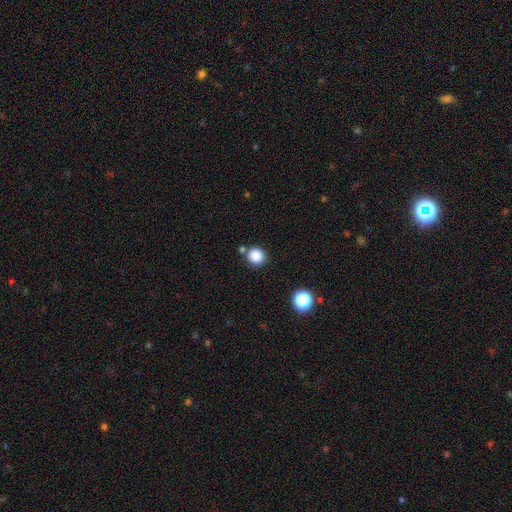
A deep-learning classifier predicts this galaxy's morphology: smooth-or-featured: smooth: 85% | star or artifact: 11% | featured or disk: 4%
  how-rounded: round: 91% | in between: 8% | cigar-shaped: 1%
  merging: none: 77% | merger: 10% | minor disturbance: 9% | major disturbance: 3%